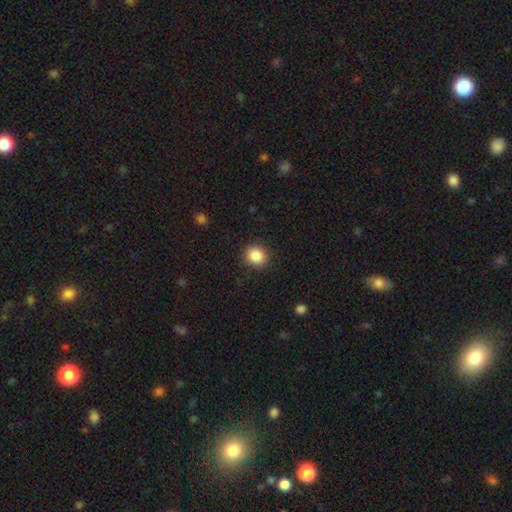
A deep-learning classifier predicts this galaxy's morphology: Smooth or featured: smooth — 87% (star or artifact — 9%)
How rounded: round — 75% (in between — 24%)
Merging: none — 90% (minor disturbance — 7%)